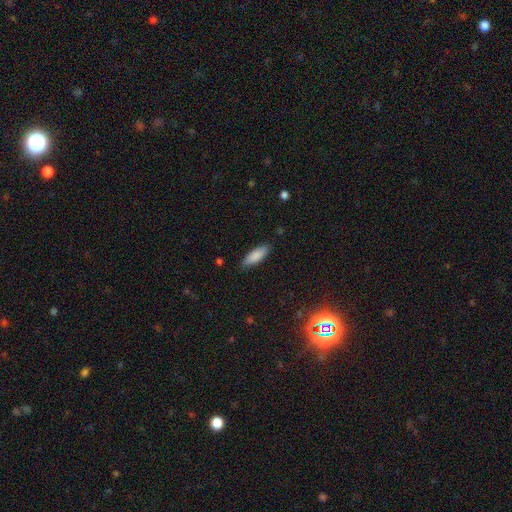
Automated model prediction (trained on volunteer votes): Q: Smooth or featured?
A: smooth (86%); runner-up: featured or disk (8%)
Q: How rounded?
A: in between (64%); runner-up: cigar-shaped (35%)
Q: Merging?
A: none (84%); runner-up: minor disturbance (12%)